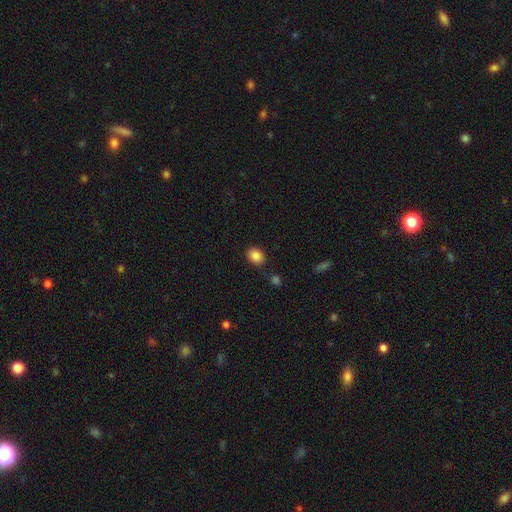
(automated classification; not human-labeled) smooth-or-featured: smooth: 87% | star or artifact: 9% | featured or disk: 4%
  how-rounded: in between: 53% | round: 46% | cigar-shaped: 1%
  merging: none: 84% | minor disturbance: 10% | merger: 3% | major disturbance: 3%